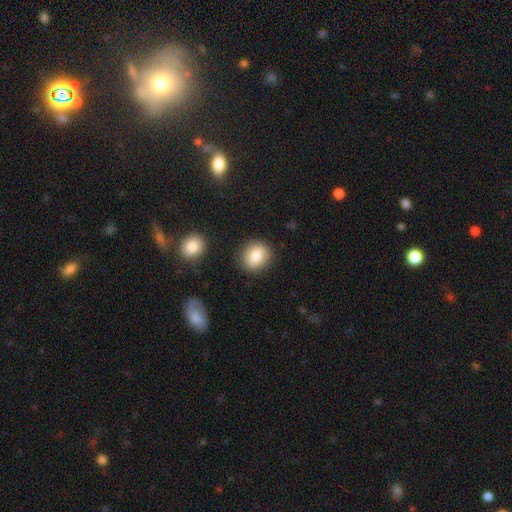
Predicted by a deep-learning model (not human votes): This is clearly a smooth galaxy (83%). How rounded: likely round (76%). Merging: clearly none (86%).